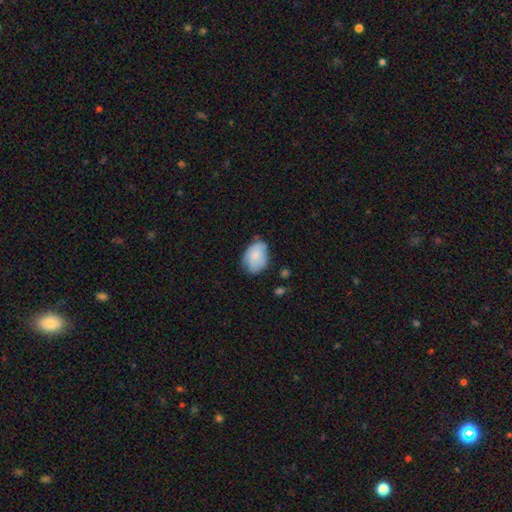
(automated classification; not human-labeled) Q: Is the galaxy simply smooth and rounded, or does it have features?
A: smooth — 78%.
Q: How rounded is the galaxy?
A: in between — 83%.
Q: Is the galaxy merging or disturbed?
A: none — 65%.